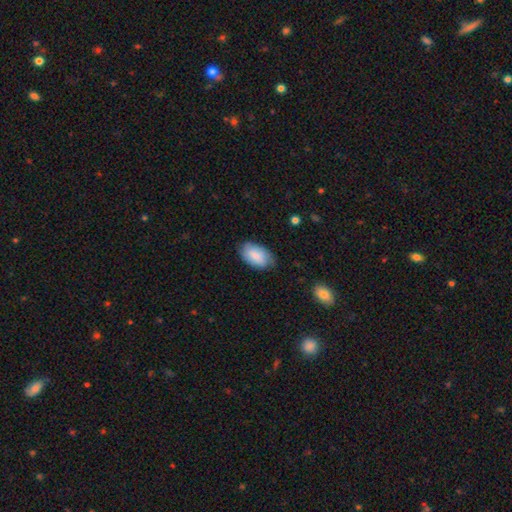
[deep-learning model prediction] smooth_or_featured: smooth (p=0.79) [alt: featured or disk p=0.15]
how_rounded: in between (p=0.94) [alt: round p=0.04]
merging: none (p=0.73) [alt: minor disturbance p=0.22]